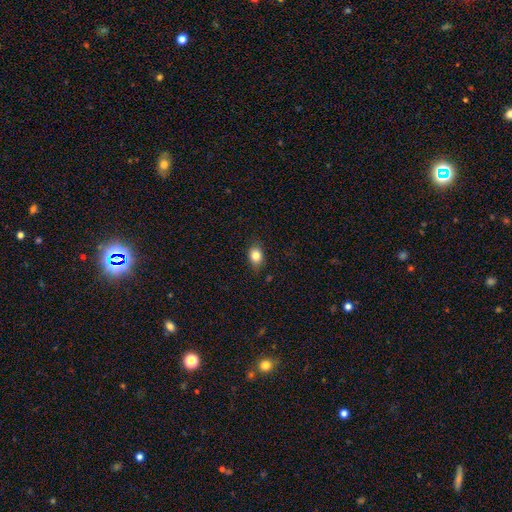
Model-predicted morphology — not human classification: This appears to be a smooth galaxy with no disk features (83%) that is in between round and cigar-shaped (66%). Merging: none (82%).